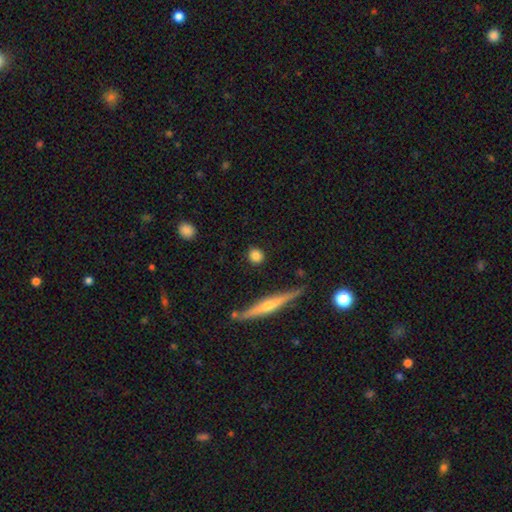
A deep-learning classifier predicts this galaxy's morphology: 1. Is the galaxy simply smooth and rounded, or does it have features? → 82% smooth, 10% featured or disk, 8% star or artifact.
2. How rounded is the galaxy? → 85% round, 11% in between, 4% cigar-shaped.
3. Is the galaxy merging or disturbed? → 88% none, 7% minor disturbance, 2% merger, 2% major disturbance.